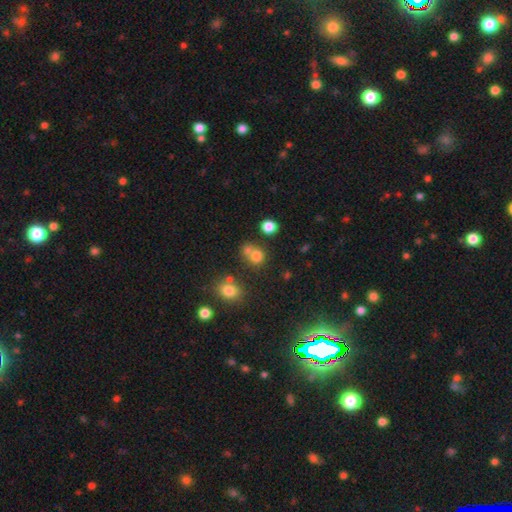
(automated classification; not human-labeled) Smooth or featured: smooth — 74% (star or artifact — 17%)
How rounded: round — 80% (in between — 19%)
Merging: none — 50% (merger — 37%)